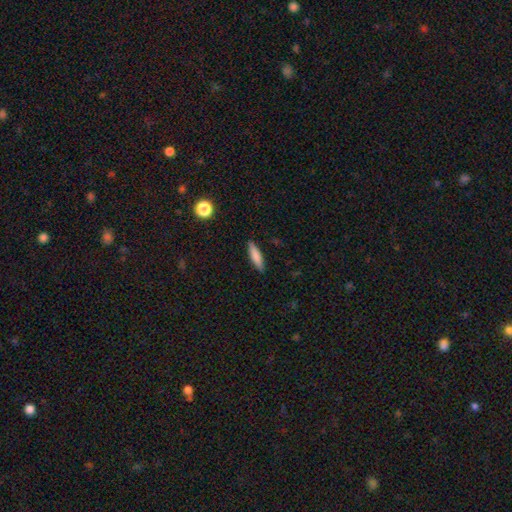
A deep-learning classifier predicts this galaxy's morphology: A smooth galaxy with no disk features (80%) that is cigar-shaped (74%).

Vote fractions:
- Smooth or featured? smooth: 80% / featured or disk: 13% / star or artifact: 7%
- How rounded? cigar-shaped: 74% / in between: 24% / round: 2%
- Merging? none: 88% / minor disturbance: 9% / major disturbance: 2% / merger: 1%